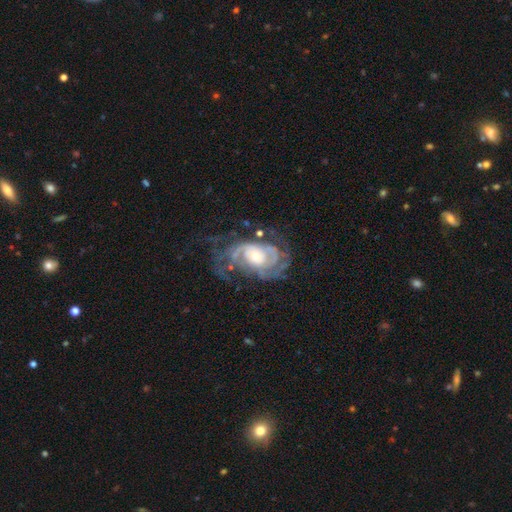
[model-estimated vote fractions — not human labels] smooth_or_featured: featured or disk (p=0.88) [alt: smooth p=0.07]
disk_edge_on: no (p=0.96) [alt: yes p=0.04]
bar: no (p=0.74) [alt: weak p=0.20]
has_spiral_arms: yes (p=0.94) [alt: no p=0.06]
spiral_winding: tight (p=0.63) [alt: medium p=0.28]
spiral_arm_count: can't tell (p=0.31) [alt: 2 p=0.28]
bulge_size: moderate (p=0.48) [alt: small p=0.45]
merging: none (p=0.54) [alt: major disturbance p=0.23]